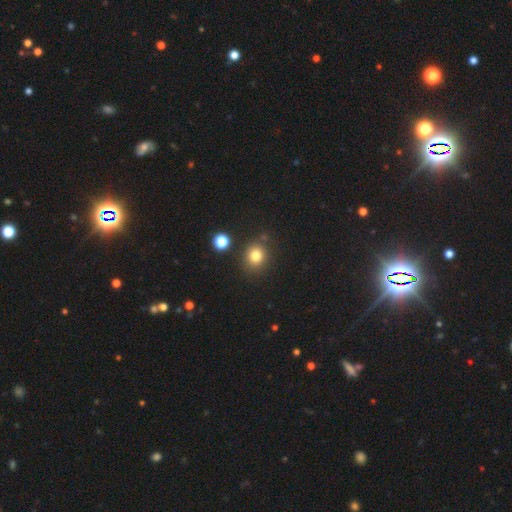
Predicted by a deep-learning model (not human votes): smooth 81%, star or artifact 13%, featured or disk 6%. Down the decision tree: how rounded — round (75%); merging — none (80%).